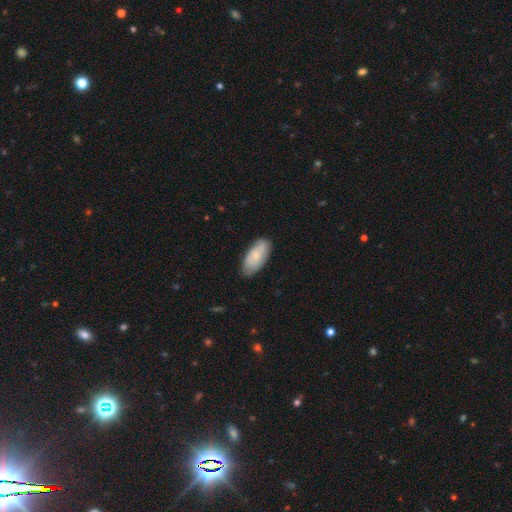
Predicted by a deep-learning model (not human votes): Overall: smooth (71%). How rounded: in between (90%). Merging: none (77%).